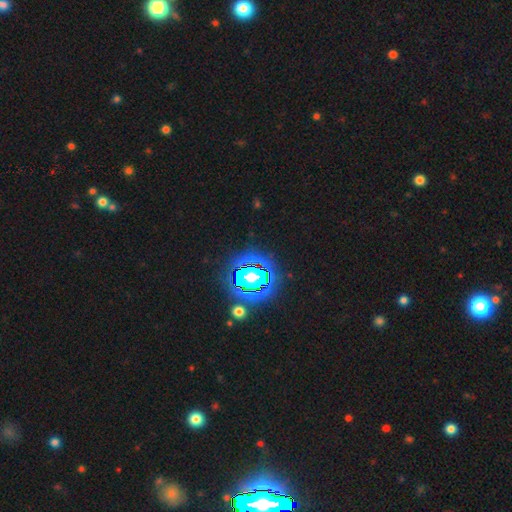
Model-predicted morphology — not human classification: A star or artifact, not a galaxy (83%).

Vote fractions:
- Smooth or featured? star or artifact: 83% / smooth: 9% / featured or disk: 7%